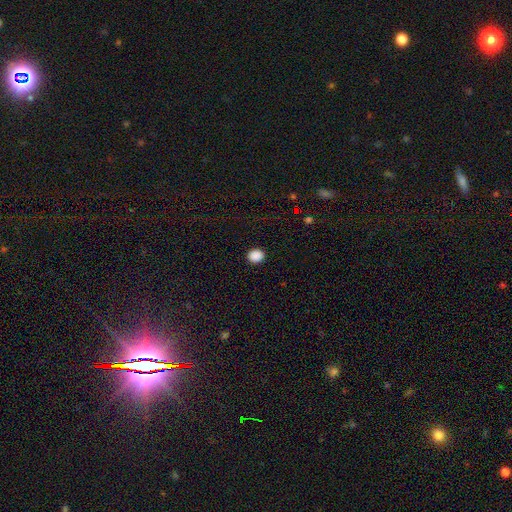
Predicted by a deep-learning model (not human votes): smooth-or-featured: smooth: 88% | star or artifact: 9% | featured or disk: 2%
  how-rounded: round: 68% | in between: 31% | cigar-shaped: 1%
  merging: none: 91% | minor disturbance: 6% | major disturbance: 2% | merger: 1%